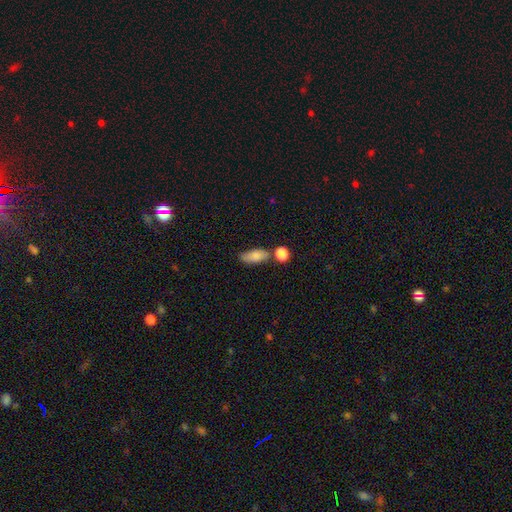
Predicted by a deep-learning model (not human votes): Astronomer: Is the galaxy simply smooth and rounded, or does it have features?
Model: smooth — 82%.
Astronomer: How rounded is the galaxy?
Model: in between — 79%.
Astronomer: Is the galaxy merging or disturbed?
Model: none — 56%.